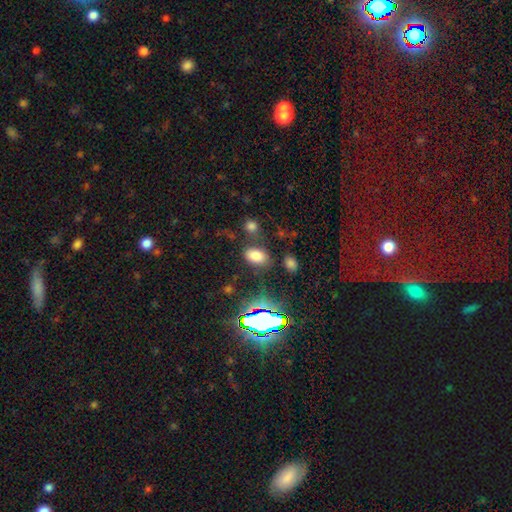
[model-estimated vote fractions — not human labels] smooth_or_featured: smooth (p=0.73) [alt: star or artifact p=0.18]
how_rounded: in between (p=0.87) [alt: round p=0.12]
merging: none (p=0.76) [alt: minor disturbance p=0.13]